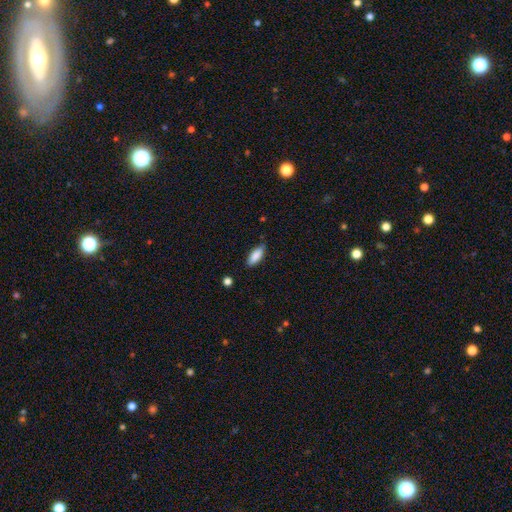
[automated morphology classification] smooth_or_featured: smooth (p=0.87) [alt: featured or disk p=0.07]
how_rounded: in between (p=0.74) [alt: cigar-shaped p=0.24]
merging: none (p=0.81) [alt: minor disturbance p=0.15]